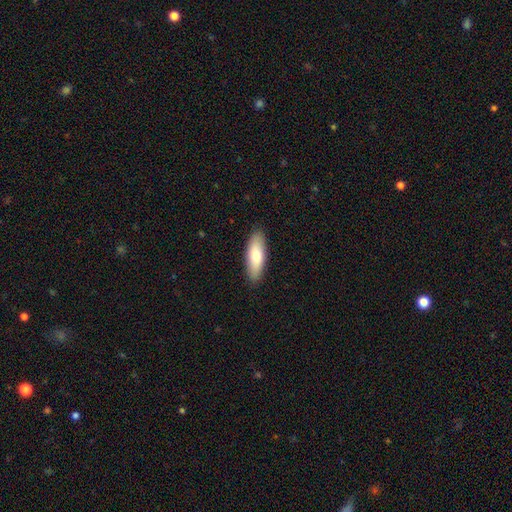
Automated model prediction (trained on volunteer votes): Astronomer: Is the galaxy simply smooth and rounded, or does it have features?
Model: smooth — 74%.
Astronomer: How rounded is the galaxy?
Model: in between — 63%.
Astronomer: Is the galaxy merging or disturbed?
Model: none — 89%.